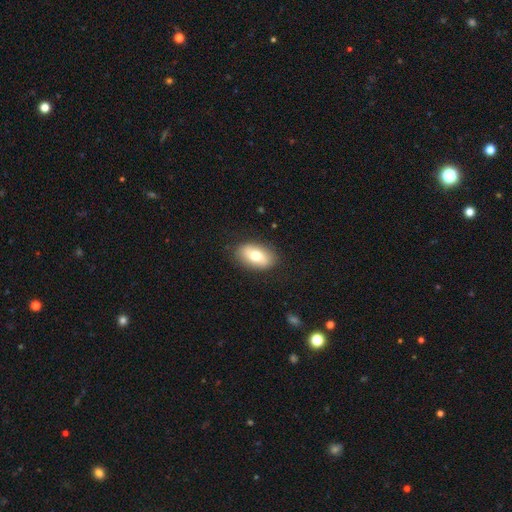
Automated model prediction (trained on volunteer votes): This appears to be a smooth galaxy with no disk features (73%) that is in between round and cigar-shaped (91%). Merging: none (86%).